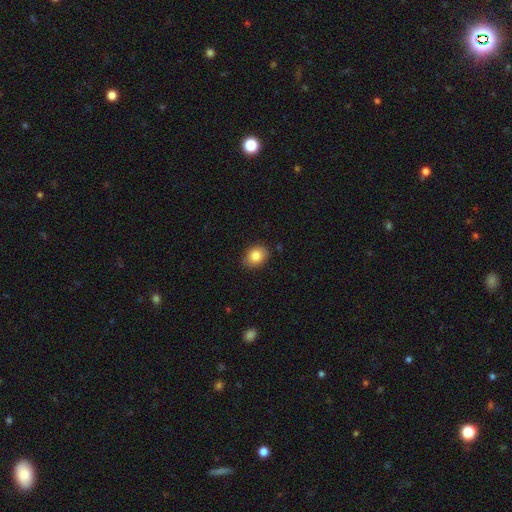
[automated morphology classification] A smooth galaxy with no disk features (84%) that is in between round and cigar-shaped (55%).

Vote fractions:
- Smooth or featured? smooth: 84% / star or artifact: 9% / featured or disk: 8%
- How rounded? in between: 55% / round: 44% / cigar-shaped: 1%
- Merging? none: 84% / minor disturbance: 13% / major disturbance: 2% / merger: 1%